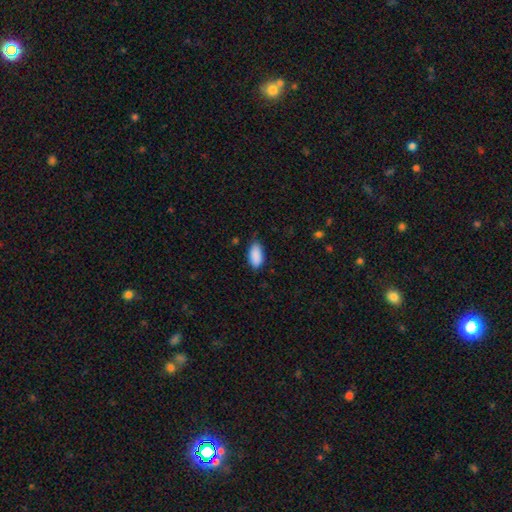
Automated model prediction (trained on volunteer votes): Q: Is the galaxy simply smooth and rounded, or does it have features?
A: smooth — 90%.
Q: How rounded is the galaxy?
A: in between — 93%.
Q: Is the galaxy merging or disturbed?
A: none — 77%.